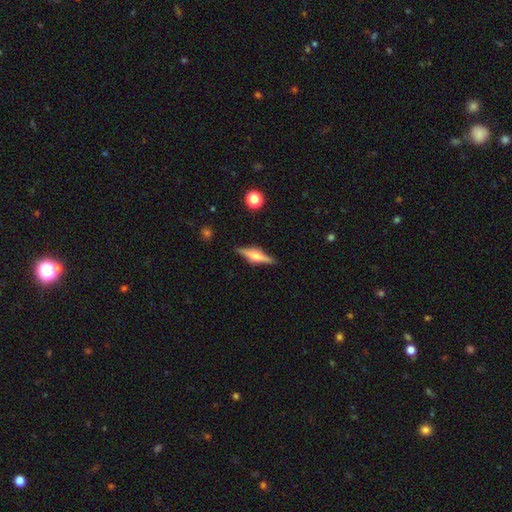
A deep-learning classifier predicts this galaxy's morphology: A featured or disk galaxy (68%) viewed edge-on (96%) with a rounded central bulge (84%). Merging: none (88%).